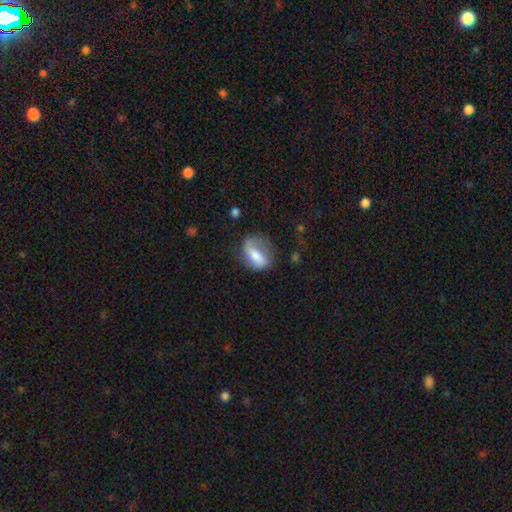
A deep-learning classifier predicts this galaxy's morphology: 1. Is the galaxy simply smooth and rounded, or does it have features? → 50% smooth, 42% featured or disk, 8% star or artifact.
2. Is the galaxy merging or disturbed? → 52% none, 27% minor disturbance, 18% major disturbance, 2% merger.